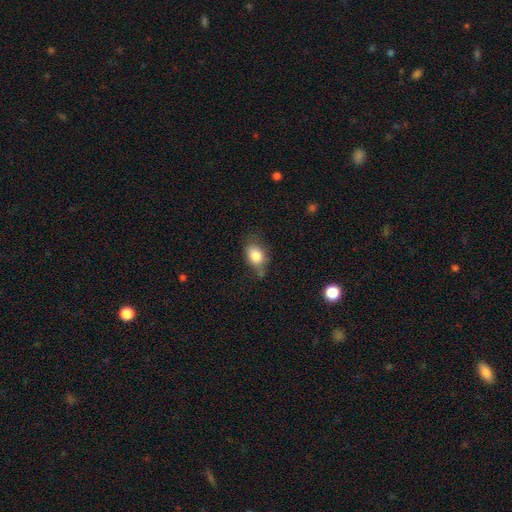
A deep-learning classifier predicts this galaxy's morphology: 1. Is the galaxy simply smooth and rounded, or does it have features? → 82% smooth, 9% featured or disk, 9% star or artifact.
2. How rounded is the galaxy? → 70% in between, 28% round, 2% cigar-shaped.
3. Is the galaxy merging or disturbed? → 47% none, 35% minor disturbance, 12% major disturbance, 6% merger.